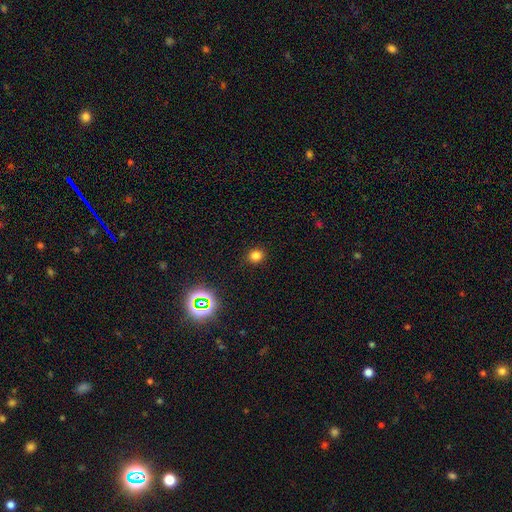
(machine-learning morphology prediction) Smooth or featured? smooth (79%)
How rounded? round (74%)
Merging? none (89%)